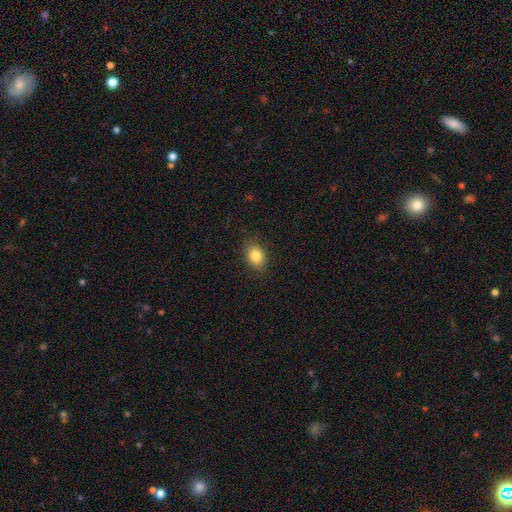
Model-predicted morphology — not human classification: A smooth galaxy with no disk features (84%) that is in between round and cigar-shaped (71%). Merging: none (85%).